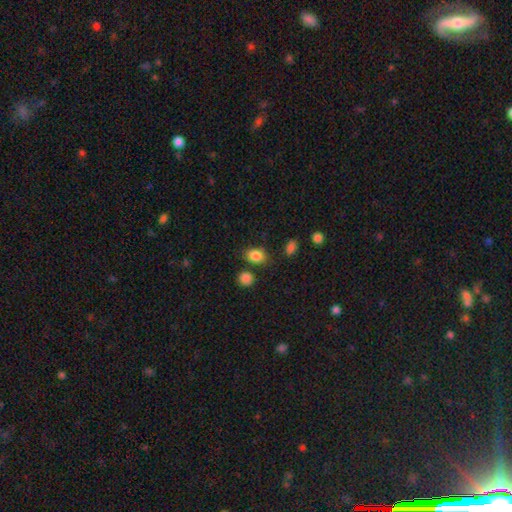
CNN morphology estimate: A smooth galaxy with no disk features (85%) that is in between round and cigar-shaped (62%).

Vote fractions:
- Smooth or featured? smooth: 85% / star or artifact: 10% / featured or disk: 5%
- How rounded? in between: 62% / round: 36% / cigar-shaped: 1%
- Merging? none: 75% / minor disturbance: 13% / merger: 8% / major disturbance: 4%